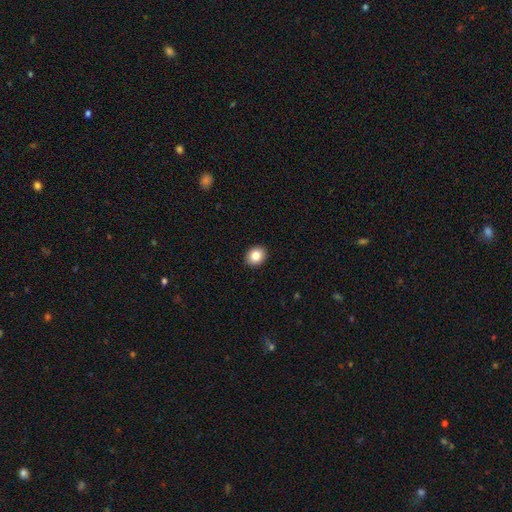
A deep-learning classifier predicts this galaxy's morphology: Smooth or featured? smooth (84%)
How rounded? round (57%)
Merging? none (92%)